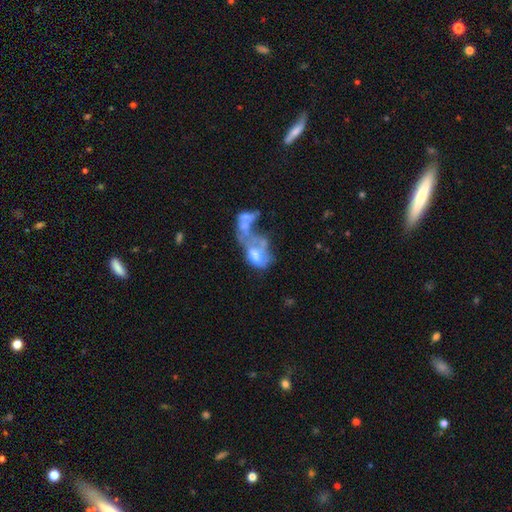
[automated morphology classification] smooth-or-featured: featured or disk: 52% | smooth: 37% | star or artifact: 11%
  disk-edge-on: no: 97% | yes: 3%
    bar: no: 83% | weak: 12% | strong: 5%
    has-spiral-arms: no: 89% | yes: 11%
    bulge-size: none: 33% | moderate: 32% | large: 19% | small: 13% | dominant: 3%
  merging: merger: 53% | major disturbance: 32% | none: 8% | minor disturbance: 6%